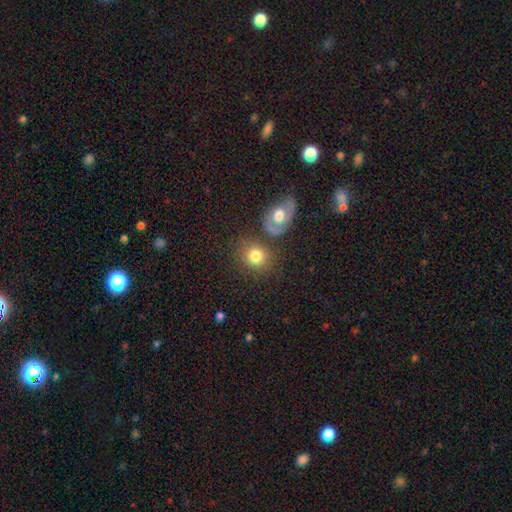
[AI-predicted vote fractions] Smooth or featured? smooth (77%)
How rounded? round (71%)
Merging? none (63%)